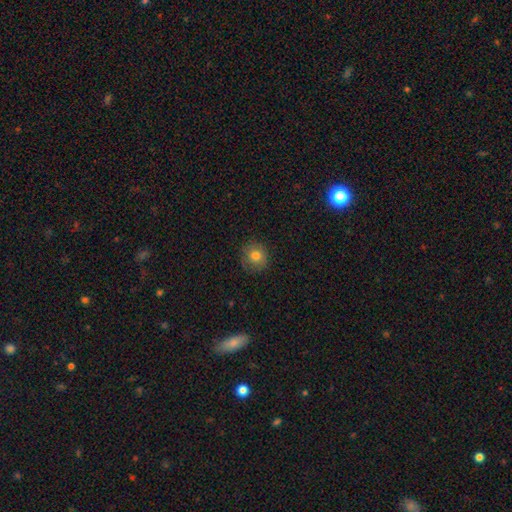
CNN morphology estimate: This is likely a smooth galaxy (80%). How rounded: clearly round (90%). Merging: clearly none (83%).